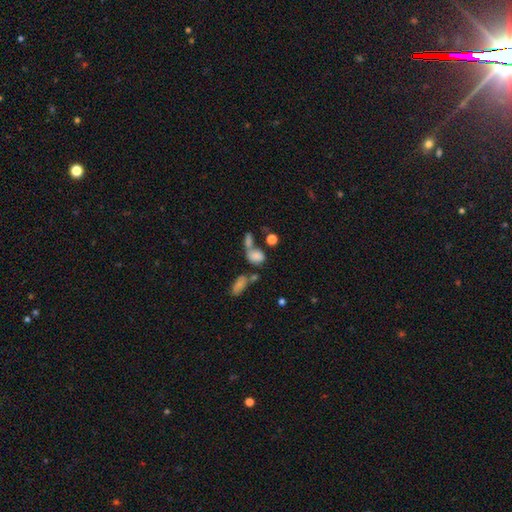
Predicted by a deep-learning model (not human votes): Morphology: type=smooth (74%); roundness=in between (69%); merging=merger (49%).